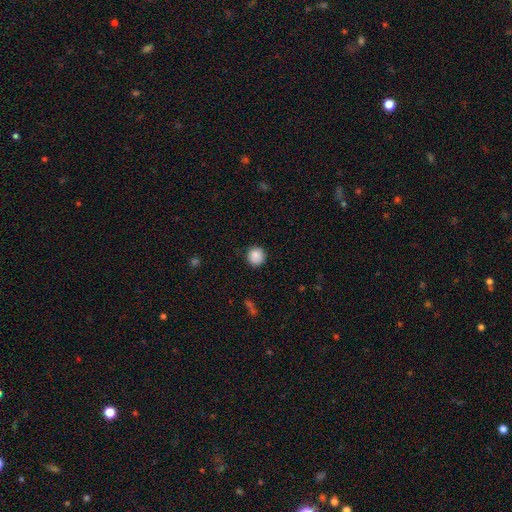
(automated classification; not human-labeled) smooth 88%, star or artifact 9%, featured or disk 3%. Down the decision tree: how rounded — round (91%); merging — none (85%).